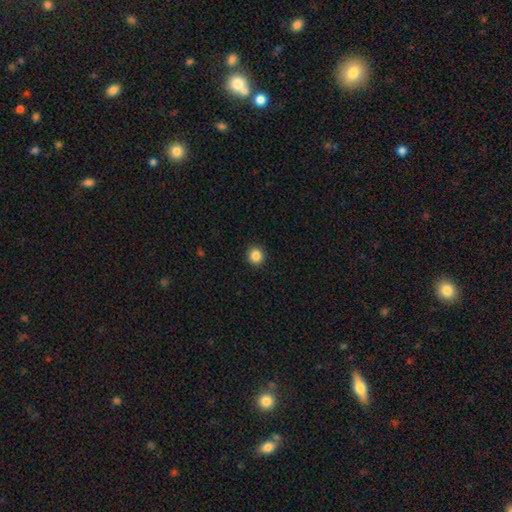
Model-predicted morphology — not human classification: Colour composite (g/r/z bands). It shows a smooth galaxy with no disk features (86%) that is round (91%). Merging: none (93%).